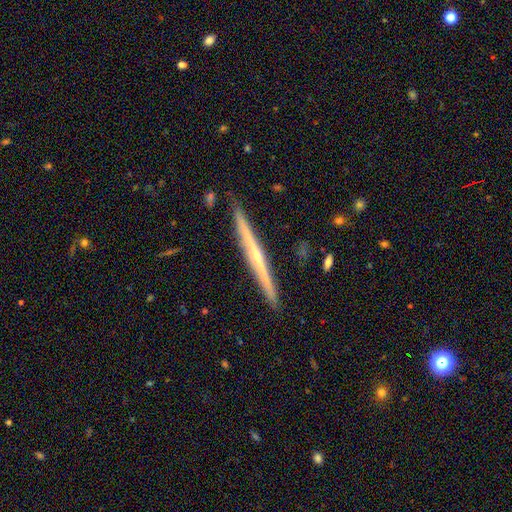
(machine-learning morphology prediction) The model was most divided on "edge-on bulge": rounded: 54%, none: 41%, boxy: 4%. More confident: edge-on disk — yes (98%); merging — none (91%); smooth or featured — featured or disk (73%).